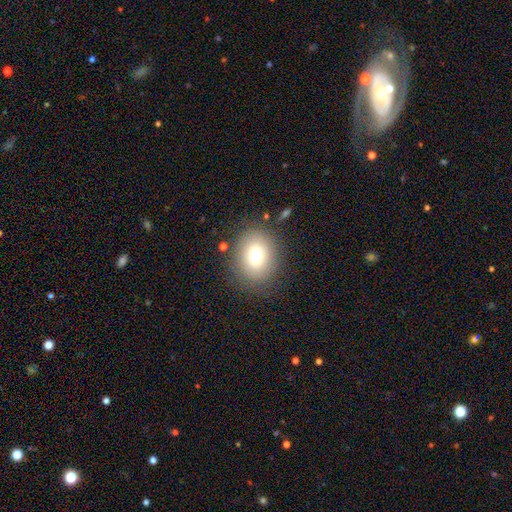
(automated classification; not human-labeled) This appears to be a smooth galaxy with no disk features (73%) that is in between round and cigar-shaped (51%). Merging: none (80%).